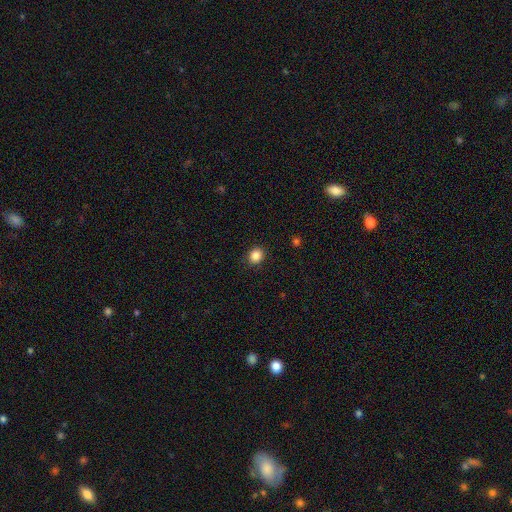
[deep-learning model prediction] smooth 86%, star or artifact 10%, featured or disk 4%. Down the decision tree: how rounded — round (76%); merging — none (90%).